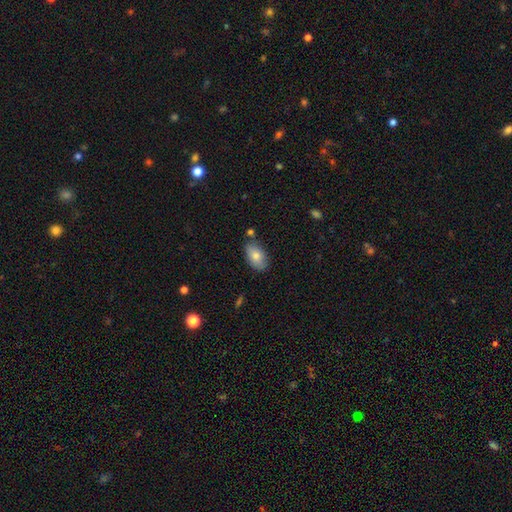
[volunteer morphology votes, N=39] Smooth or featured: smooth — 79% (featured or disk — 15%)
How rounded: in between — 94% (round — 6%)
Merging: none — 89% (minor disturbance — 8%)